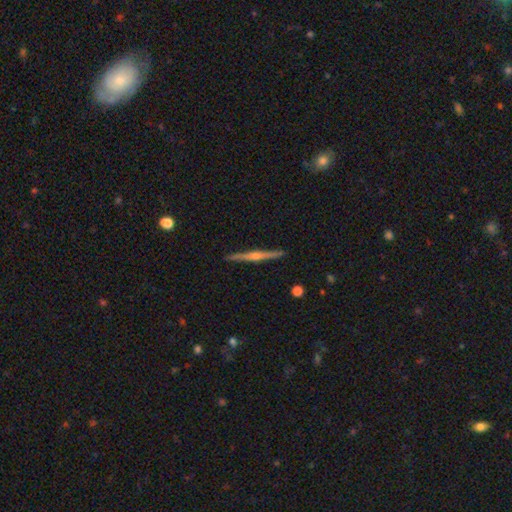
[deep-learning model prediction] A featured or disk galaxy (79%) viewed edge-on (98%) with a rounded central bulge (84%).

Vote fractions:
- Smooth or featured? featured or disk: 79% / smooth: 14% / star or artifact: 7%
- Edge-on disk? yes: 98% / no: 2%
- Edge-on bulge? rounded: 84% / none: 10% / boxy: 6%
- Merging? none: 91% / minor disturbance: 6% / major disturbance: 1% / merger: 1%